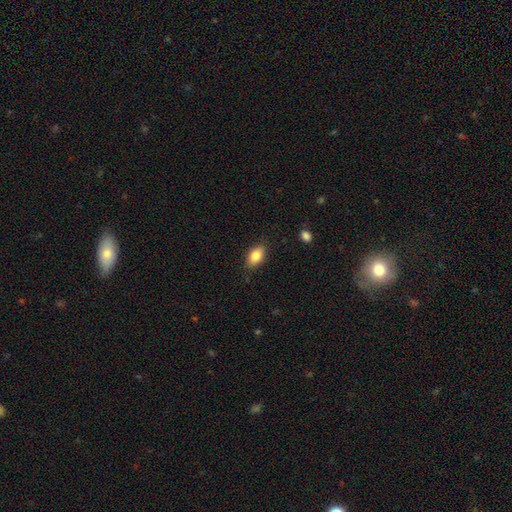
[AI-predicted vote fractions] Q: Smooth or featured?
A: smooth (83%); runner-up: featured or disk (9%)
Q: How rounded?
A: in between (90%); runner-up: round (7%)
Q: Merging?
A: none (86%); runner-up: minor disturbance (10%)